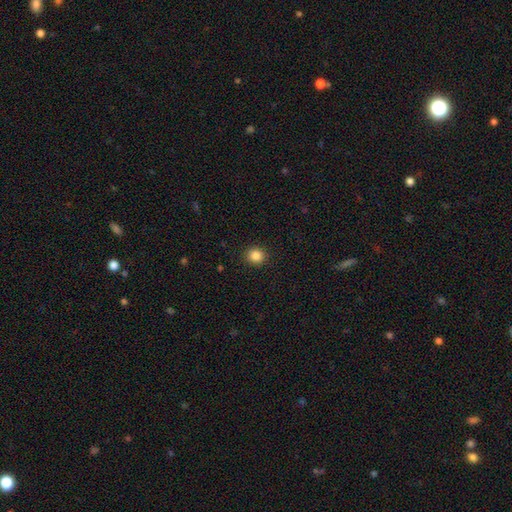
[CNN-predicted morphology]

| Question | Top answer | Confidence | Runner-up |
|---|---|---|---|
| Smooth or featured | smooth | 86% | star or artifact (11%) |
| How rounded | round | 88% | in between (11%) |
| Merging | none | 91% | minor disturbance (6%) |